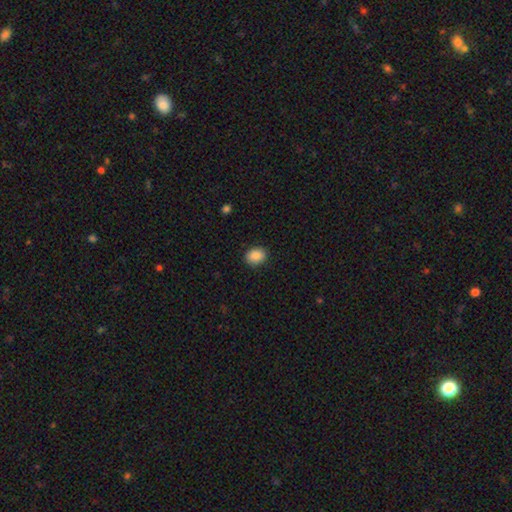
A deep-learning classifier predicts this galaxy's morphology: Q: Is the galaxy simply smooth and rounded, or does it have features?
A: smooth — 89%.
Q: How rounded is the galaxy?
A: in between — 59%.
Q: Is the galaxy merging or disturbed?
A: none — 88%.